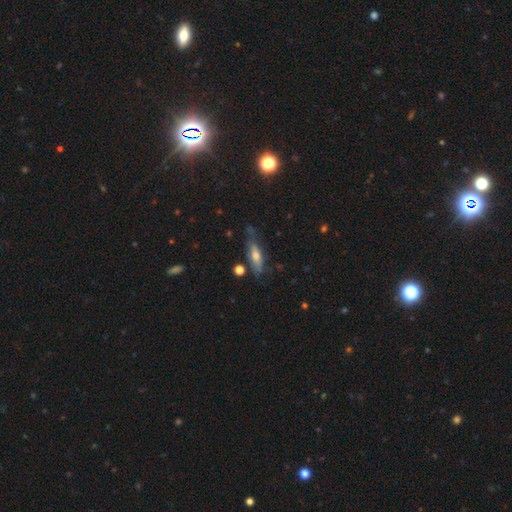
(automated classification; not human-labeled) Smooth or featured? smooth (46%)
Merging? none (69%)